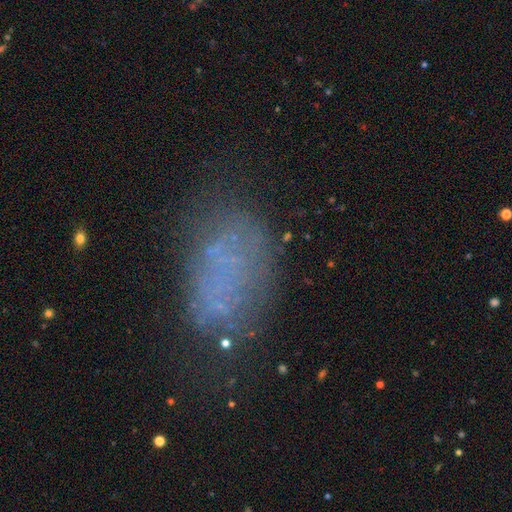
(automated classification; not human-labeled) This appears to be a featured or disk galaxy (40%). Merging: none (55%).